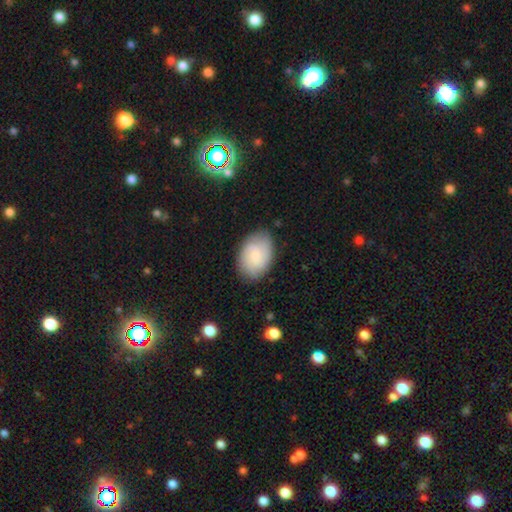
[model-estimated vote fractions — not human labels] Smooth or featured?
  - smooth: 68% *
  - featured or disk: 26%
  - star or artifact: 7%
How rounded?
  - in between: 85% *
  - round: 14%
  - cigar-shaped: 1%
Merging?
  - none: 79% *
  - minor disturbance: 16%
  - major disturbance: 4%
  - merger: 1%